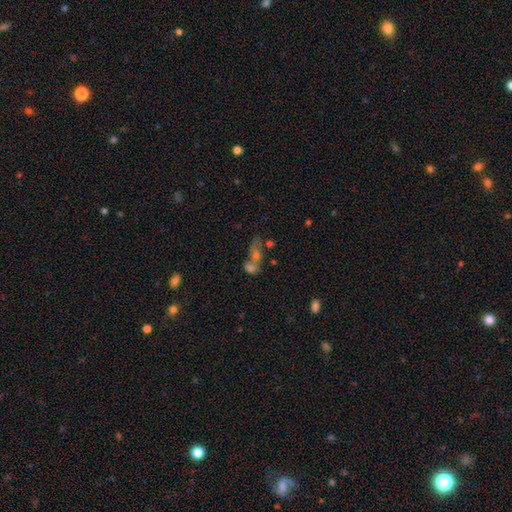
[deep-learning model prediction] smooth-or-featured: smooth: 46% | featured or disk: 31% | star or artifact: 24%
  merging: merger: 55% | none: 27% | major disturbance: 9% | minor disturbance: 9%